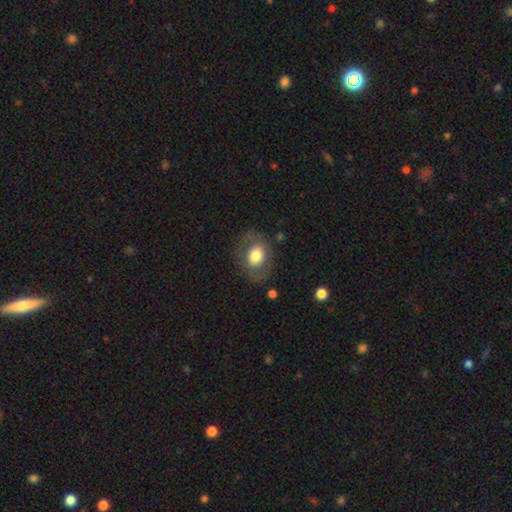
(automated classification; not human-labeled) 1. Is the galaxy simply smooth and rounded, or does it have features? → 64% smooth, 29% featured or disk, 7% star or artifact.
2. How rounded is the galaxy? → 54% in between, 45% round, 1% cigar-shaped.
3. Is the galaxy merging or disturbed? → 76% none, 14% minor disturbance, 9% major disturbance, 2% merger.